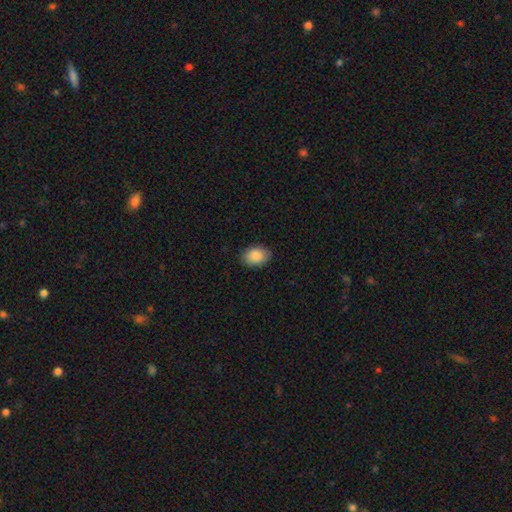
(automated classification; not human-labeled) The model was most divided on "how rounded": in between: 81%, round: 18%, cigar-shaped: 1%. More confident: smooth or featured — smooth (88%); merging — none (88%).